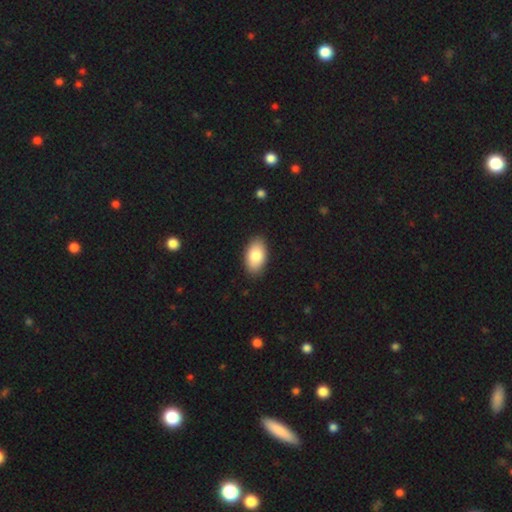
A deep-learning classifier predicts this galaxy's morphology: Q: Smooth or featured?
A: smooth (82%); runner-up: featured or disk (11%)
Q: How rounded?
A: in between (94%); runner-up: round (4%)
Q: Merging?
A: none (89%); runner-up: minor disturbance (8%)